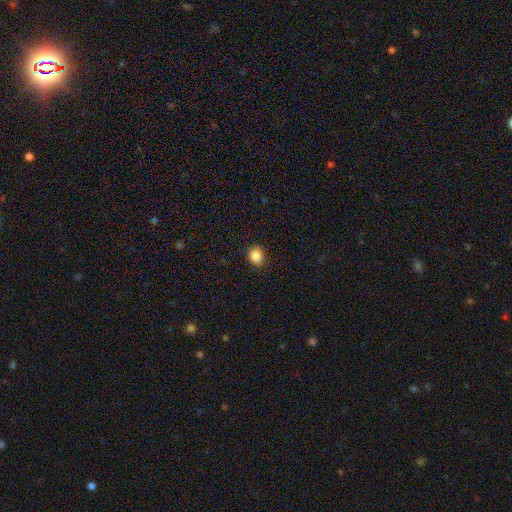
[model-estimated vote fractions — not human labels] Smooth or featured? Predicted: smooth (p=0.87). How rounded? Predicted: round (p=0.64). Merging? Predicted: none (p=0.86).